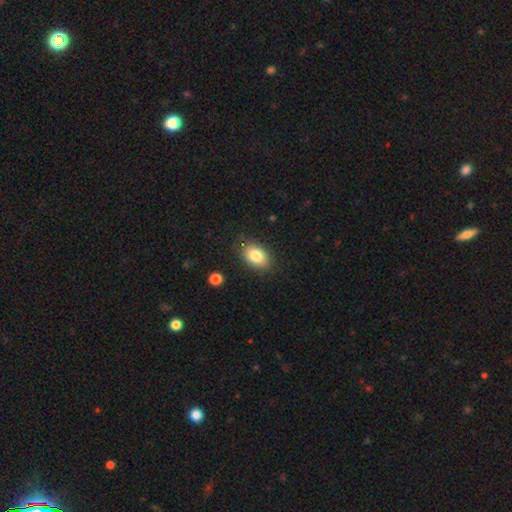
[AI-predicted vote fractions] Overall: smooth (82%). How rounded: in between (84%). Merging: none (82%).